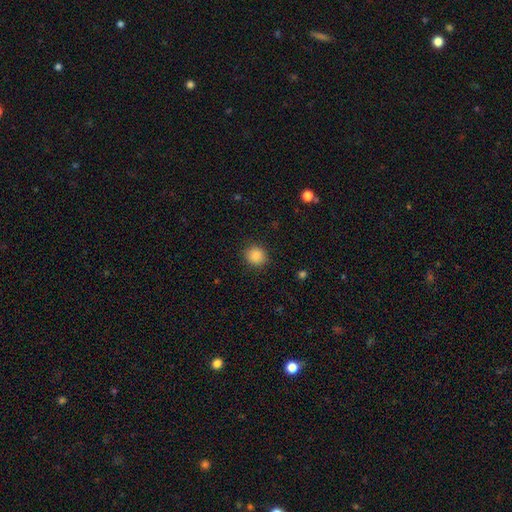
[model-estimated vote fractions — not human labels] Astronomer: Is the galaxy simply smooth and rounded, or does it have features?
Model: smooth — 88%.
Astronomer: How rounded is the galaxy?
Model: round — 85%.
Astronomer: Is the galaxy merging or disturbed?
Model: none — 89%.